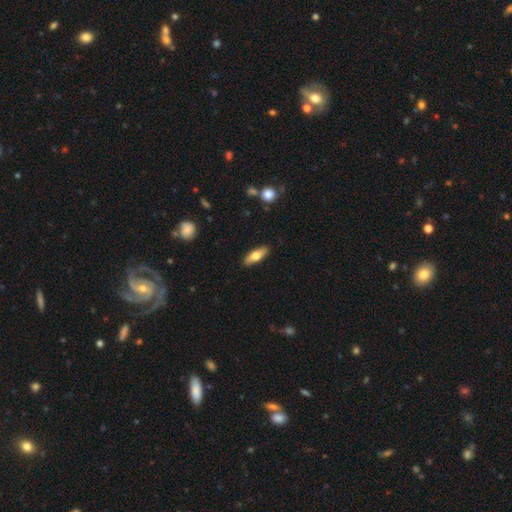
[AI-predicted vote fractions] Smooth or featured?
  - smooth: 63% *
  - featured or disk: 31%
  - star or artifact: 6%
How rounded?
  - in between: 55% *
  - cigar-shaped: 42%
  - round: 3%
Merging?
  - none: 89% *
  - minor disturbance: 9%
  - major disturbance: 2%
  - merger: 1%